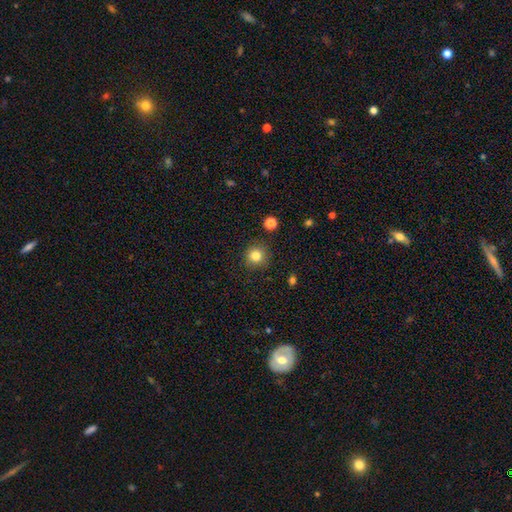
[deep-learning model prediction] Overall: smooth (82%). How rounded: round (93%). Merging: none (89%).